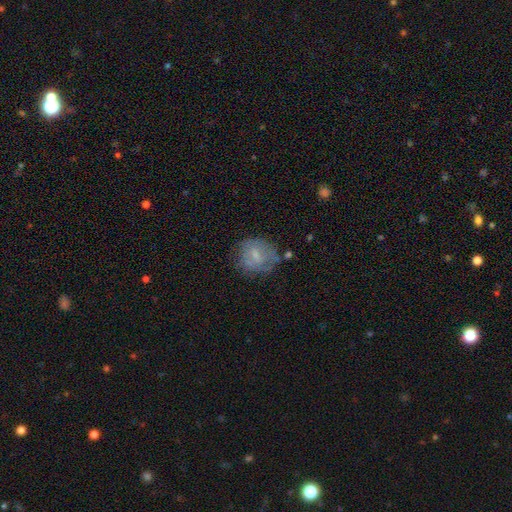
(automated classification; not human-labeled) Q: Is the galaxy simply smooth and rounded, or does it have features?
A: smooth — 50%.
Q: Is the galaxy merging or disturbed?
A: none — 56%.